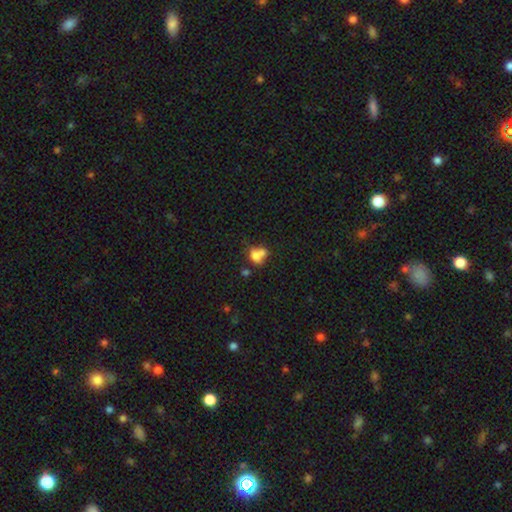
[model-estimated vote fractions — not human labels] Q: Smooth or featured?
A: smooth (68%); runner-up: featured or disk (19%)
Q: How rounded?
A: in between (52%); runner-up: round (46%)
Q: Merging?
A: merger (59%); runner-up: none (26%)